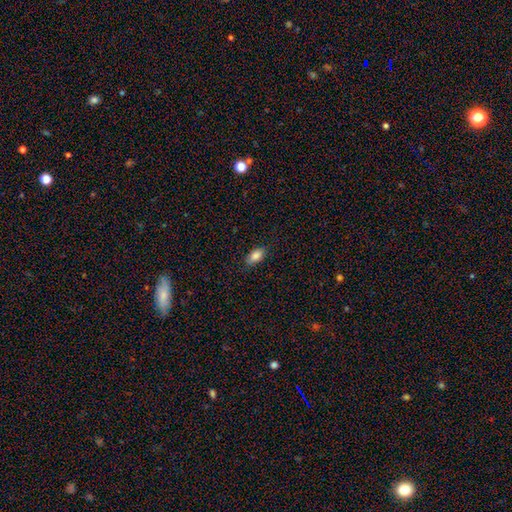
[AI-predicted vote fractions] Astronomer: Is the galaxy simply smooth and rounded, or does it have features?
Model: smooth — 85%.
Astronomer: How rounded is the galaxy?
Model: in between — 91%.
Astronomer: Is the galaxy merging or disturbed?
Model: none — 85%.